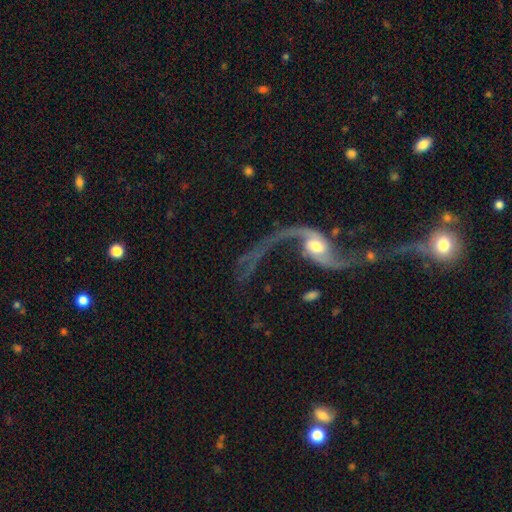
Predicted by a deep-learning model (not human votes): This is clearly a featured or disk galaxy (85%). It is clearly not viewed edge-on (93%). Bar: possibly no (56%). Spiral arm pattern: clearly yes (91%). Spiral arm count: clearly 2 (86%). Spiral winding: clearly loose (91%). Central bulge: possibly moderate (52%). Merging: marginally none (35%).